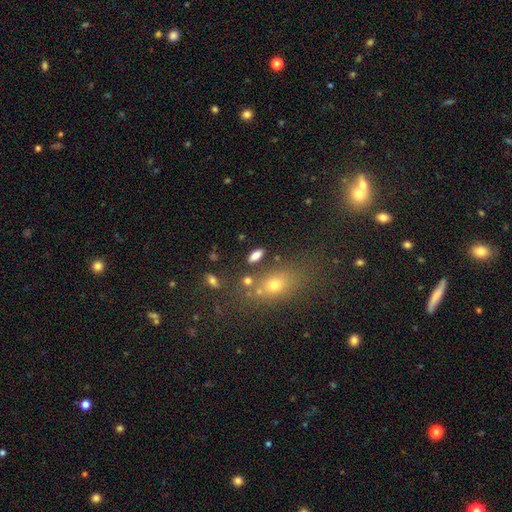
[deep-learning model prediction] The model was most divided on "smooth or featured": smooth: 78%, star or artifact: 11%, featured or disk: 11%. More confident: how rounded — in between (80%); merging — none (78%).